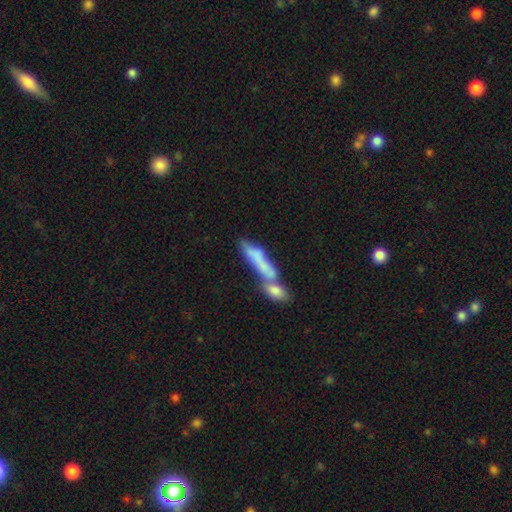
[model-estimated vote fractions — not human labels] Smooth or featured?
  - smooth: 51% *
  - featured or disk: 37%
  - star or artifact: 12%
How rounded?
  - cigar-shaped: 83% *
  - in between: 14%
  - round: 3%
Merging?
  - merger: 44% *
  - none: 37%
  - minor disturbance: 12%
  - major disturbance: 7%